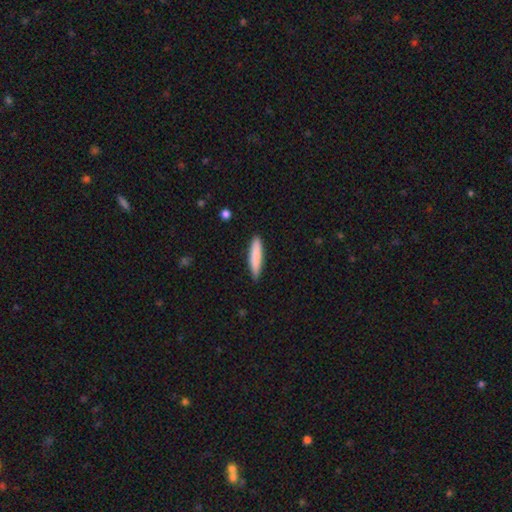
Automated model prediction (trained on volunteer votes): This is clearly a smooth galaxy (83%). How rounded: clearly cigar-shaped (85%). Merging: clearly none (87%).